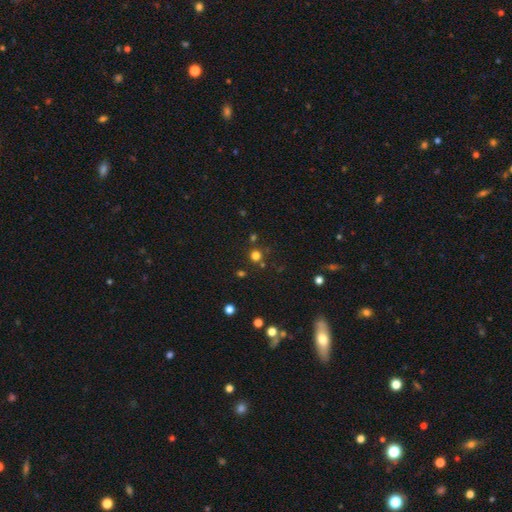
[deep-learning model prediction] Smooth or featured? smooth (71%)
How rounded? round (93%)
Merging? none (81%)